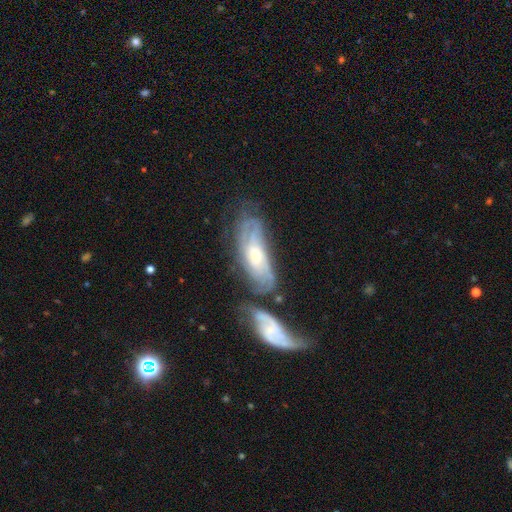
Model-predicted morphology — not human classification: featured or disk 78%, smooth 16%, star or artifact 6%. Down the decision tree: edge-on disk — no (87%); bar — no (68%); spiral arms — yes (90%); spiral arm count — can't tell (47%); spiral winding — tight (55%); bulge size — small (52%); merging — none (41%).